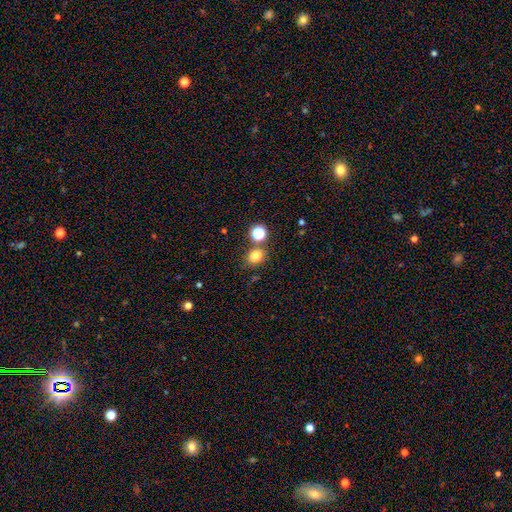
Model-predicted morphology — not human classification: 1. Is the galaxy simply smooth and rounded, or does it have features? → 78% smooth, 16% star or artifact, 7% featured or disk.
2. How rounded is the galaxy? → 57% round, 42% in between, 1% cigar-shaped.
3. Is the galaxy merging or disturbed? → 73% none, 13% merger, 11% minor disturbance, 4% major disturbance.